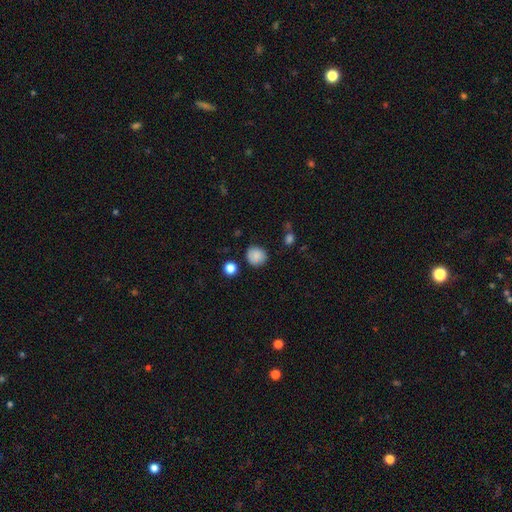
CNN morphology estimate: type=smooth (84%); roundness=round (86%); merging=none (81%).